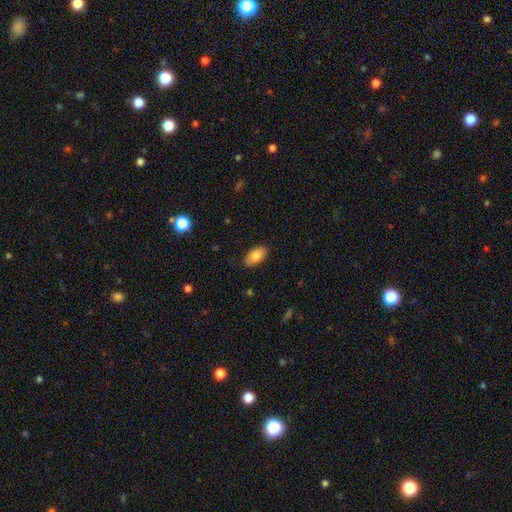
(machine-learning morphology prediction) This is clearly a smooth galaxy (85%). How rounded: clearly in between (93%). Merging: clearly none (86%).